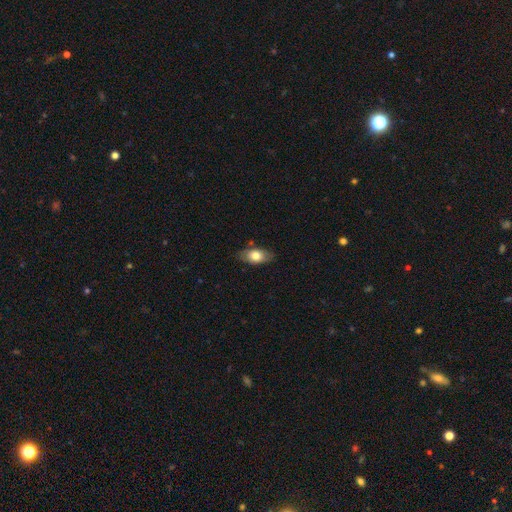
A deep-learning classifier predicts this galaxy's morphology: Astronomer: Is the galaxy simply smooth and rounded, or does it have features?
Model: smooth — 74%.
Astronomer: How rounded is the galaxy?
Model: in between — 88%.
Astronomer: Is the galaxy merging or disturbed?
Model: none — 81%.